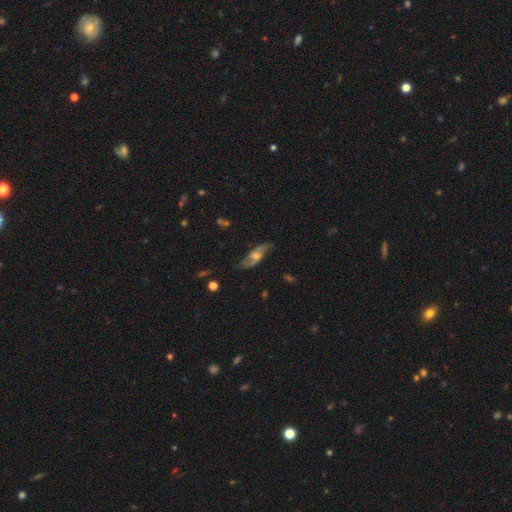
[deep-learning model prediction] smooth_or_featured: featured or disk (p=0.77) [alt: smooth p=0.16]
disk_edge_on: no (p=0.86) [alt: yes p=0.14]
bar: weak (p=0.45) [alt: no p=0.40]
has_spiral_arms: yes (p=0.90) [alt: no p=0.10]
spiral_winding: loose (p=0.51) [alt: medium p=0.37]
spiral_arm_count: 2 (p=0.89) [alt: can't tell p=0.06]
bulge_size: moderate (p=0.54) [alt: small p=0.30]
merging: none (p=0.75) [alt: minor disturbance p=0.16]